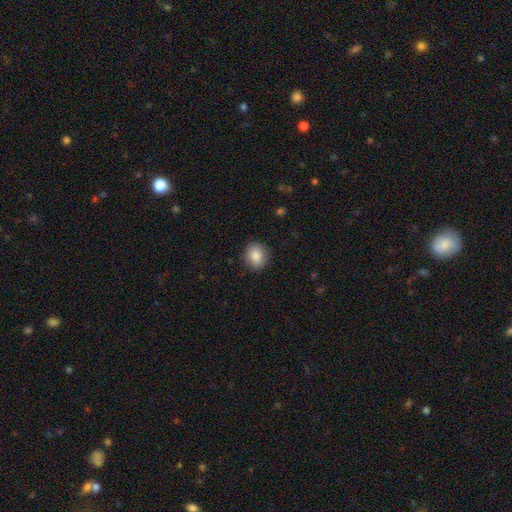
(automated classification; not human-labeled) Morphology: type=smooth (86%); roundness=round (61%); merging=none (88%).